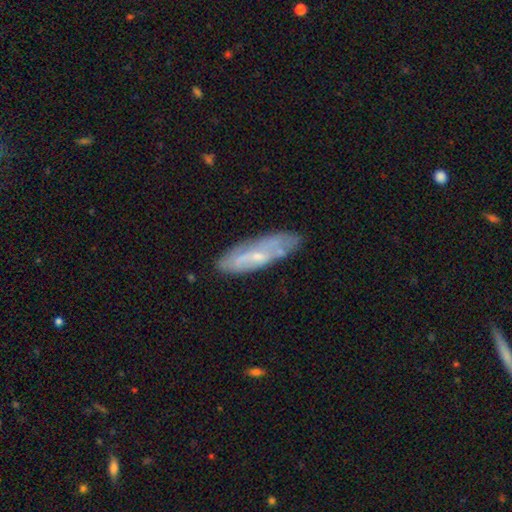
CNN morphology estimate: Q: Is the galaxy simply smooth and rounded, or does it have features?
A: featured or disk — 55%.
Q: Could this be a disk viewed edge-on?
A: no — 72%.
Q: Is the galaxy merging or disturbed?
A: none — 66%.